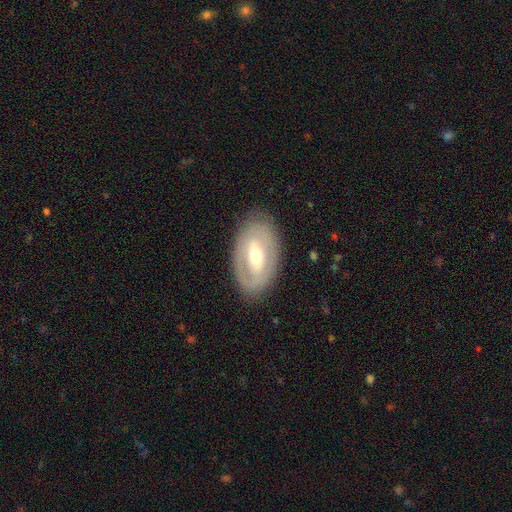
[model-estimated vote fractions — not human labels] Smooth or featured? Predicted: featured or disk (p=0.63). Edge-on disk? Predicted: no (p=0.89). Bar? Predicted: weak (p=0.36). Spiral arms? Predicted: no (p=0.68). Bulge size? Predicted: moderate (p=0.65). Merging? Predicted: none (p=0.81).